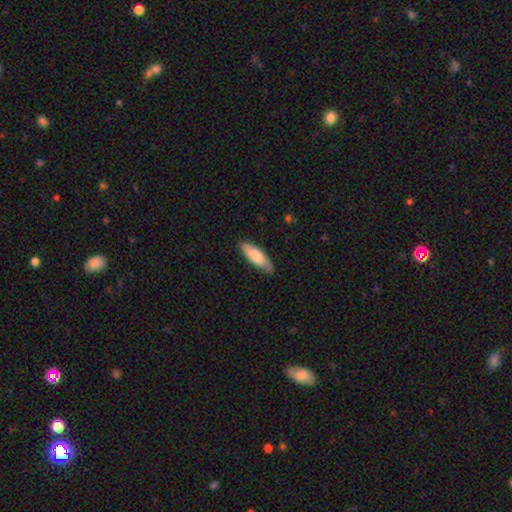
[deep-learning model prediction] A smooth galaxy with no disk features (79%) that is in between round and cigar-shaped (60%). Merging: none (78%).